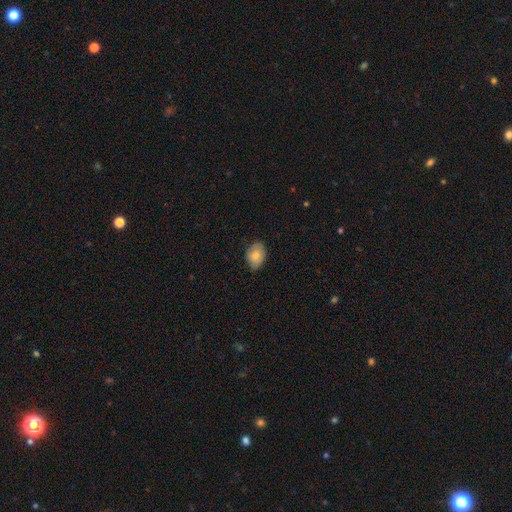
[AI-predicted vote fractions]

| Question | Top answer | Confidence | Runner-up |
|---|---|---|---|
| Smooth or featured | smooth | 77% | featured or disk (16%) |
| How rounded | in between | 73% | round (26%) |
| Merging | none | 75% | minor disturbance (21%) |